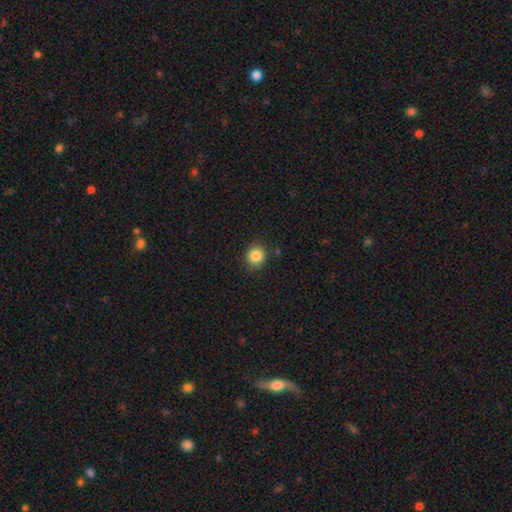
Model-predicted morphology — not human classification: smooth-or-featured: smooth: 85% | star or artifact: 10% | featured or disk: 5%
  how-rounded: round: 85% | in between: 14% | cigar-shaped: 1%
  merging: none: 86% | minor disturbance: 9% | major disturbance: 2% | merger: 2%